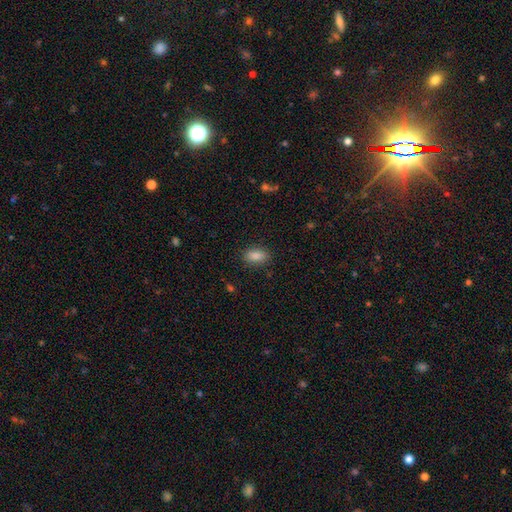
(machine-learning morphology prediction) smooth-or-featured: smooth: 86% | star or artifact: 8% | featured or disk: 6%
  how-rounded: in between: 89% | round: 7% | cigar-shaped: 5%
  merging: none: 87% | minor disturbance: 10% | major disturbance: 3% | merger: 1%